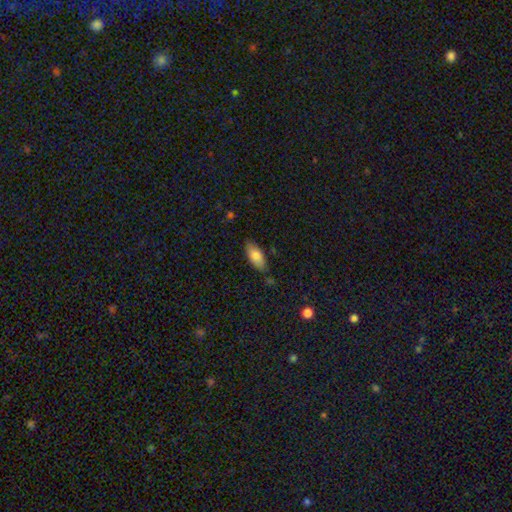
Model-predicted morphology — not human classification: This appears to be a smooth galaxy with no disk features (80%) that is in between round and cigar-shaped (86%). Merging: none (77%).